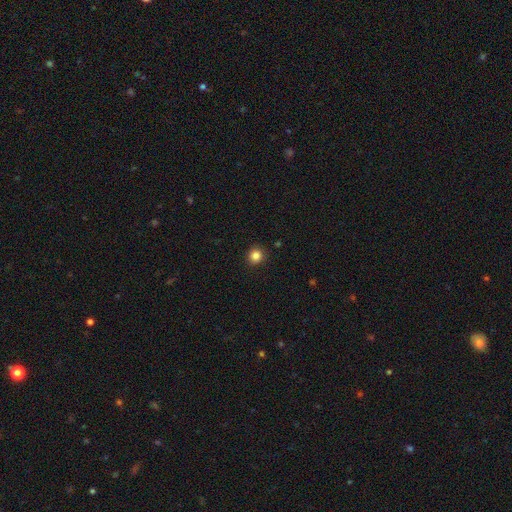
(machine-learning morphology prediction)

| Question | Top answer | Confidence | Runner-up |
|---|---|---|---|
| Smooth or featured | smooth | 85% | star or artifact (11%) |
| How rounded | round | 91% | in between (8%) |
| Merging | none | 92% | minor disturbance (6%) |